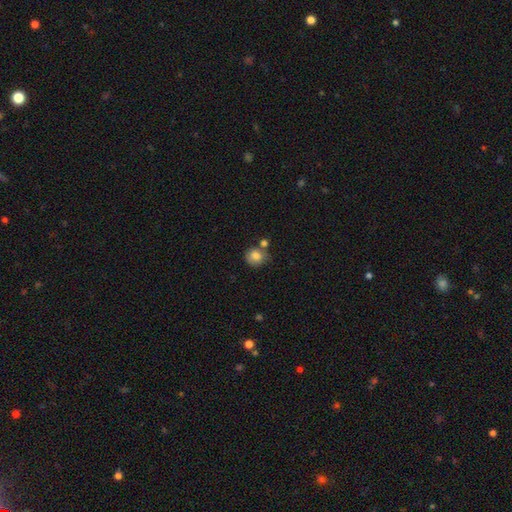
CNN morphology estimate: Smooth or featured: smooth — 81% (star or artifact — 9%)
How rounded: round — 85% (in between — 14%)
Merging: none — 60% (merger — 19%)